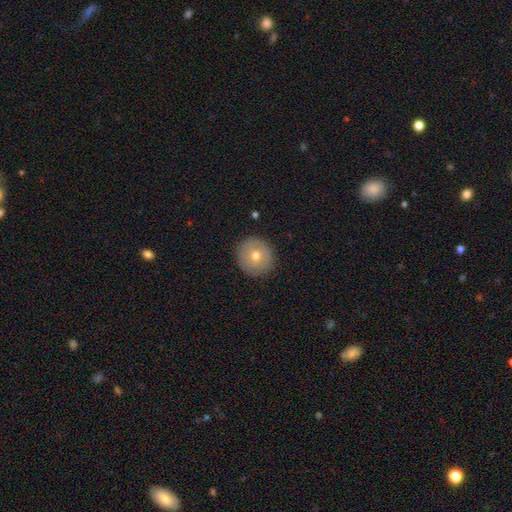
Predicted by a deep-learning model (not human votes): Overall: smooth (65%; featured or disk 27%). How rounded: round (94%). Merging: none (91%).